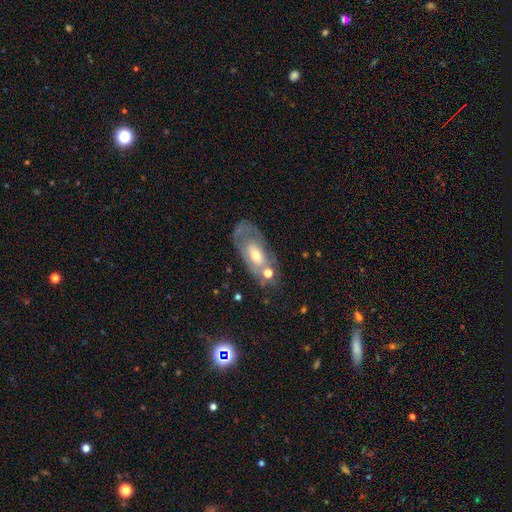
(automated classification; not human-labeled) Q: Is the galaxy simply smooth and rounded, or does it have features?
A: featured or disk — 59%.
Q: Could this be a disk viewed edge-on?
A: no — 87%.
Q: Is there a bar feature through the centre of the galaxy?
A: no — 73%.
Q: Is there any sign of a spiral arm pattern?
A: no — 62%.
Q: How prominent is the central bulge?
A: moderate — 61%.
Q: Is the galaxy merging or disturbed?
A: none — 52%.